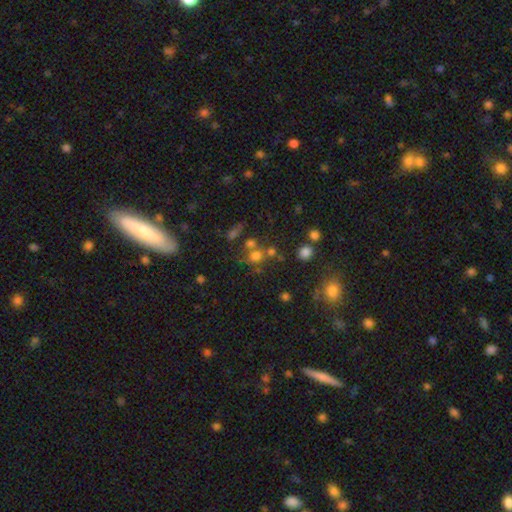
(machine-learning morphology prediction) This is likely a smooth galaxy (65%). How rounded: clearly round (83%). Merging: possibly none (57%).